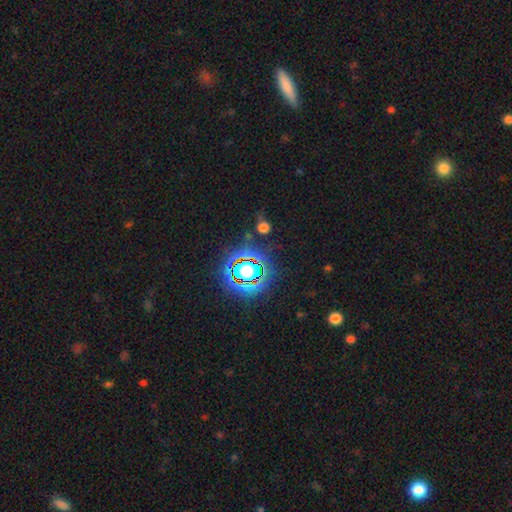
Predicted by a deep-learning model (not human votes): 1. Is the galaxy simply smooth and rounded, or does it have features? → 79% star or artifact, 13% smooth, 8% featured or disk.